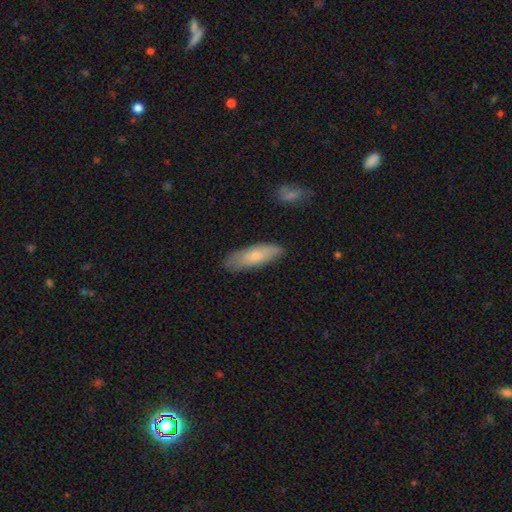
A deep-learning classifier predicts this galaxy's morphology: This is likely a smooth galaxy (74%). How rounded: possibly in between (52%). Merging: clearly none (81%).